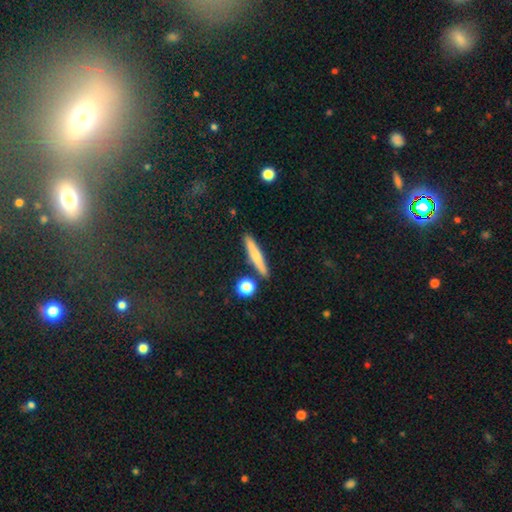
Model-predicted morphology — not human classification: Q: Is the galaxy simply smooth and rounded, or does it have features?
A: smooth — 67%.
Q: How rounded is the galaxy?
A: cigar-shaped — 90%.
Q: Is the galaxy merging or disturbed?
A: none — 86%.